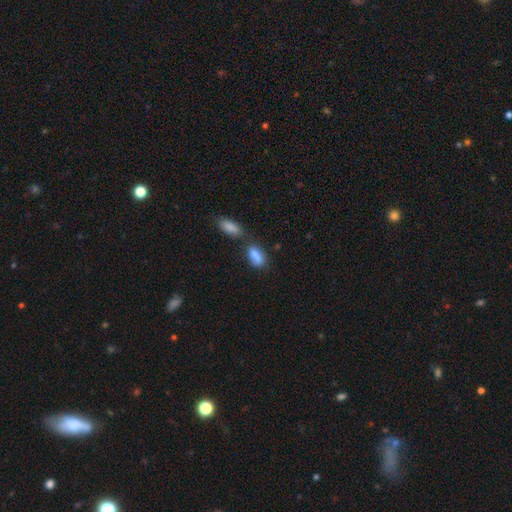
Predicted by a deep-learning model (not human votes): smooth 85%, star or artifact 8%, featured or disk 7%. Down the decision tree: how rounded — in between (84%); merging — none (45%).